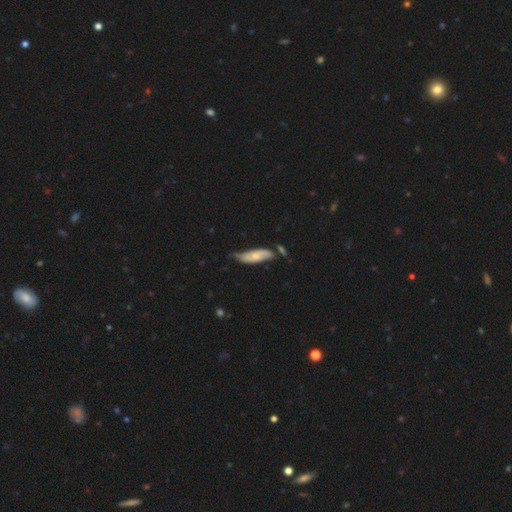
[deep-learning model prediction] Smooth or featured: smooth — 61% (featured or disk — 33%)
How rounded: in between — 54% (cigar-shaped — 44%)
Merging: none — 46% (minor disturbance — 35%)